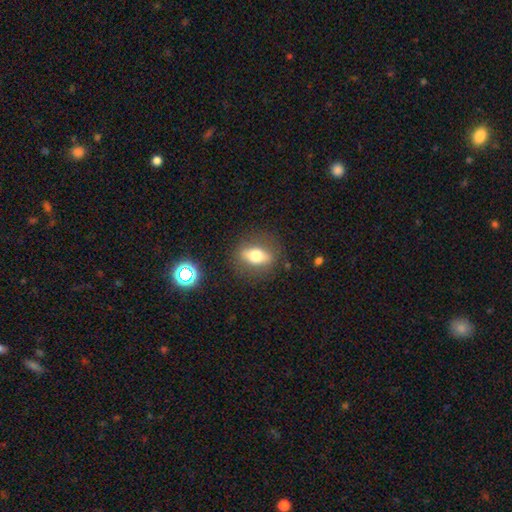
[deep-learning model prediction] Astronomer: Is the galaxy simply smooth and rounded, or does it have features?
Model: smooth — 57% (runner-up: featured or disk, 33%).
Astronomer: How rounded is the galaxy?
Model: in between — 71%.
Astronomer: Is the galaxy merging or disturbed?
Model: none — 82%.